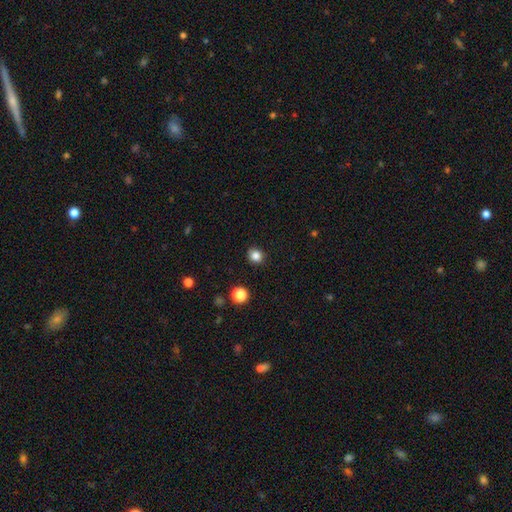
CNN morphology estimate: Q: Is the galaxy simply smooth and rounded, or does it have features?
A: smooth — 84%.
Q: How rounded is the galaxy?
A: round — 75%.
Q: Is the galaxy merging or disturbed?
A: none — 90%.